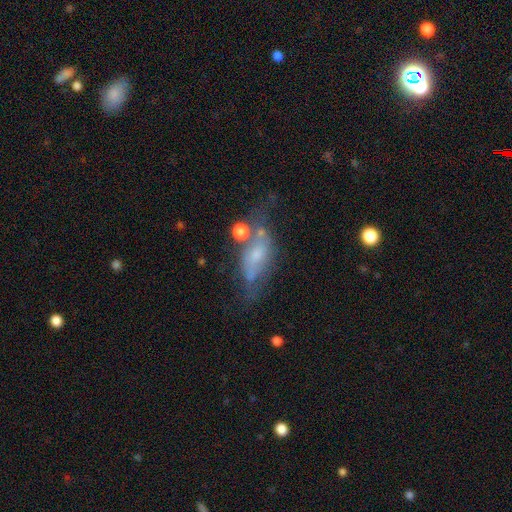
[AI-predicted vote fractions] This appears to be a featured or disk galaxy (52%). Merging: none (39%).